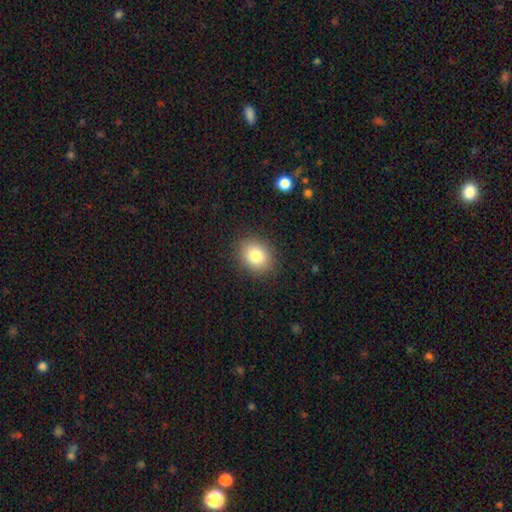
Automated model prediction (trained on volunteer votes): Smooth or featured?
  - smooth: 82% *
  - star or artifact: 10%
  - featured or disk: 8%
How rounded?
  - round: 55% *
  - in between: 45%
  - cigar-shaped: 1%
Merging?
  - none: 89% *
  - minor disturbance: 8%
  - major disturbance: 3%
  - merger: 1%